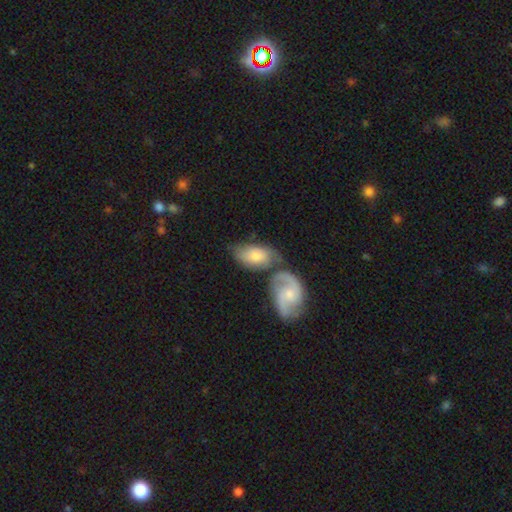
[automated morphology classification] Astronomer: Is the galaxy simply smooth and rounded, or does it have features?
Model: smooth — 51% (runner-up: featured or disk, 43%).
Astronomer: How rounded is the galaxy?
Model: in between — 92%.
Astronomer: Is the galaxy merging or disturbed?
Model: merger — 43% (runner-up: none, 34%).